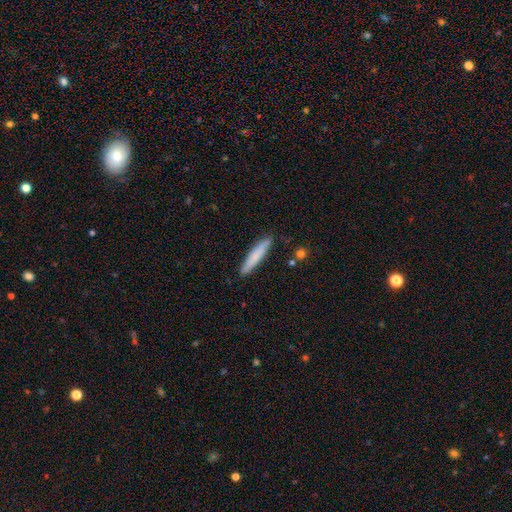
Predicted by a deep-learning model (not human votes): smooth 75%, featured or disk 19%, star or artifact 6%. Down the decision tree: how rounded — cigar-shaped (91%); merging — none (88%).